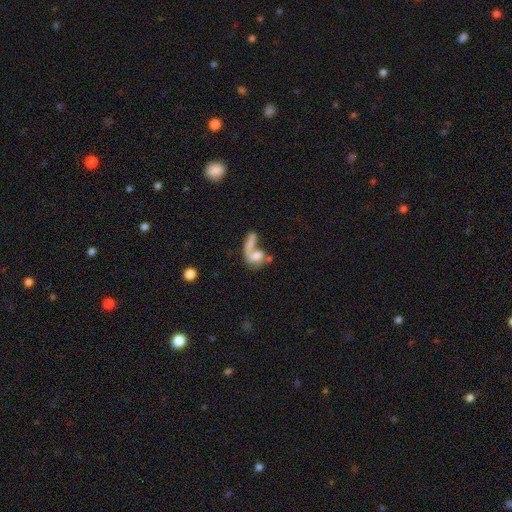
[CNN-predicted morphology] Smooth or featured? Predicted: smooth (p=0.54). How rounded? Predicted: in between (p=0.70). Merging? Predicted: merger (p=0.56).